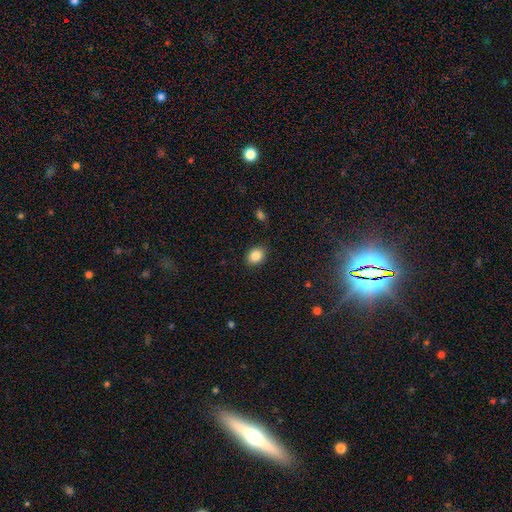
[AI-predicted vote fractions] A smooth galaxy with no disk features (85%) that is in between round and cigar-shaped (59%).

Vote fractions:
- Smooth or featured? smooth: 85% / star or artifact: 9% / featured or disk: 6%
- How rounded? in between: 59% / round: 40% / cigar-shaped: 1%
- Merging? none: 87% / minor disturbance: 9% / major disturbance: 2% / merger: 1%